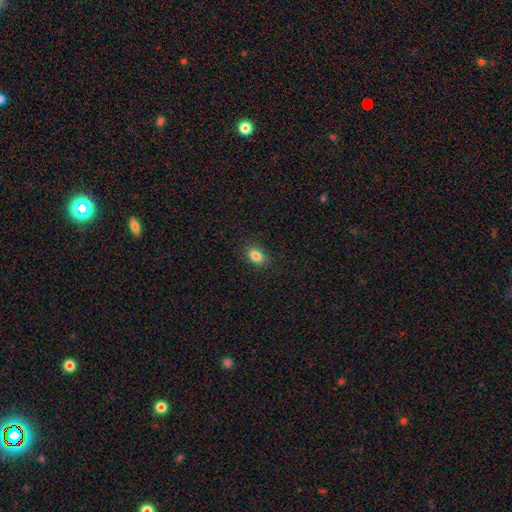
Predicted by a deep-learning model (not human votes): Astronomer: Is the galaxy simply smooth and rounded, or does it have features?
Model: smooth — 84%.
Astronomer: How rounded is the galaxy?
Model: in between — 80%.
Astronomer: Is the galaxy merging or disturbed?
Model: none — 87%.